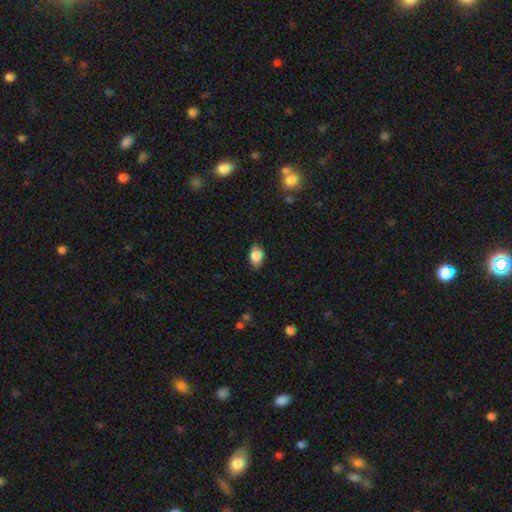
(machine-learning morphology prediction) type=smooth (86%); roundness=in between (84%); merging=none (80%).